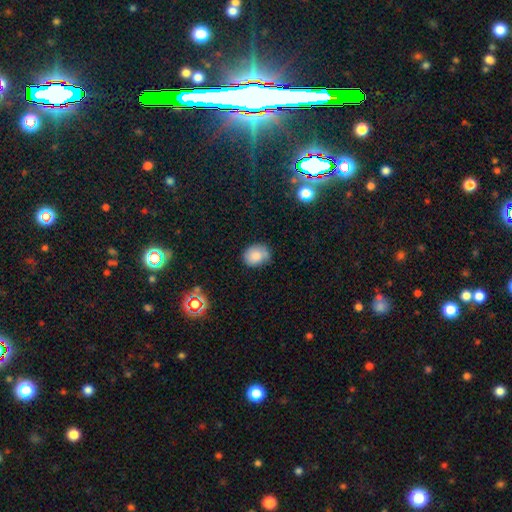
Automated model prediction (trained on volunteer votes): The model was most divided on "how rounded": round: 52%, in between: 47%, cigar-shaped: 1%. More confident: smooth or featured — smooth (80%); merging — none (60%).